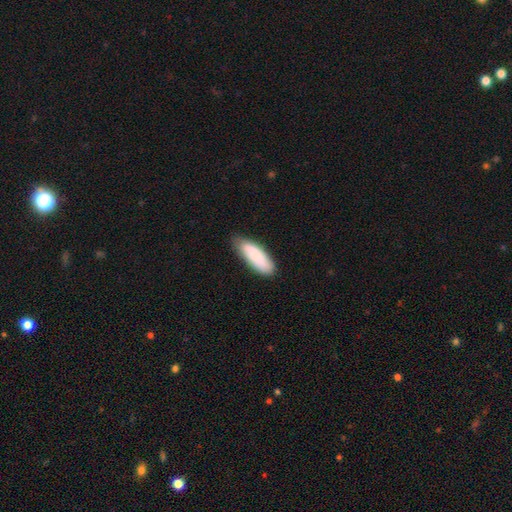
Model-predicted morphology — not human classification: Smooth or featured?
  - smooth: 82% *
  - featured or disk: 12%
  - star or artifact: 6%
How rounded?
  - in between: 65% *
  - cigar-shaped: 34%
  - round: 2%
Merging?
  - none: 77% *
  - minor disturbance: 19%
  - major disturbance: 3%
  - merger: 1%